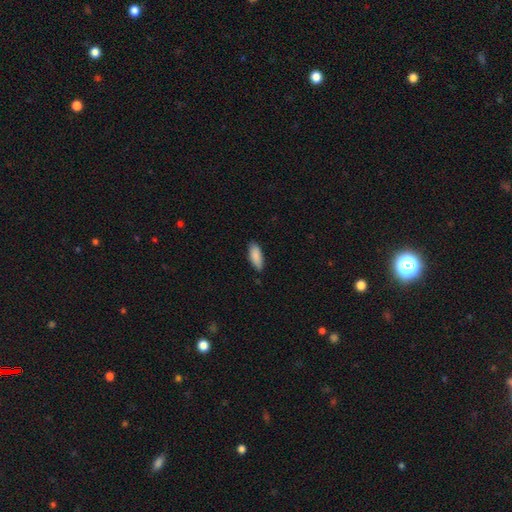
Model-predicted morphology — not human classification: Q: Smooth or featured?
A: smooth (89%); runner-up: star or artifact (6%)
Q: How rounded?
A: in between (76%); runner-up: cigar-shaped (22%)
Q: Merging?
A: none (82%); runner-up: minor disturbance (15%)